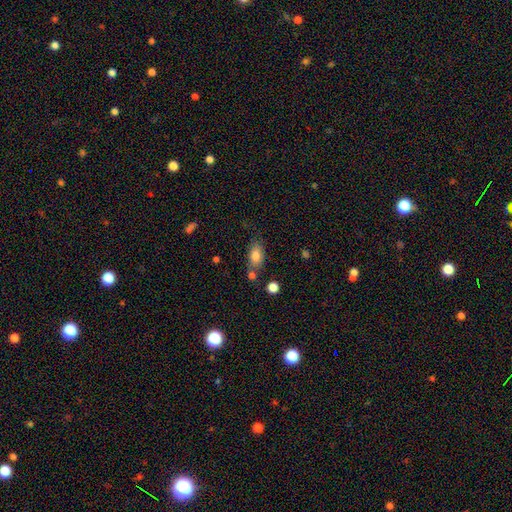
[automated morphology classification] smooth 81%, featured or disk 11%, star or artifact 8%. Down the decision tree: how rounded — in between (86%); merging — none (62%).